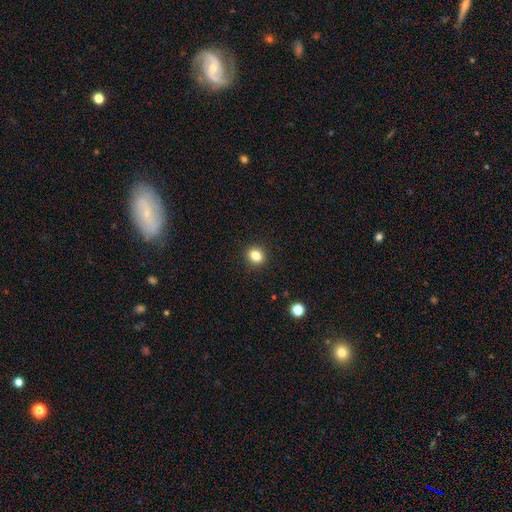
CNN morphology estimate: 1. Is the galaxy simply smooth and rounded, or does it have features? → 83% smooth, 11% star or artifact, 6% featured or disk.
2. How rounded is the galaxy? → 63% round, 36% in between, 1% cigar-shaped.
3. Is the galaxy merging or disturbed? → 91% none, 6% minor disturbance, 2% major disturbance, 1% merger.